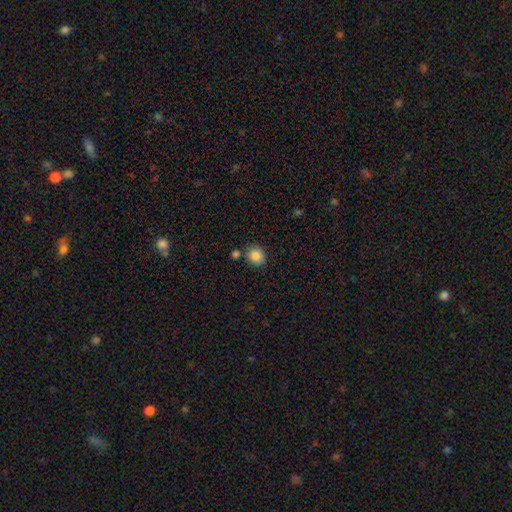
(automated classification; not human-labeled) smooth-or-featured: smooth: 86% | star or artifact: 9% | featured or disk: 5%
  how-rounded: round: 76% | in between: 23% | cigar-shaped: 1%
  merging: none: 78% | minor disturbance: 10% | merger: 9% | major disturbance: 3%